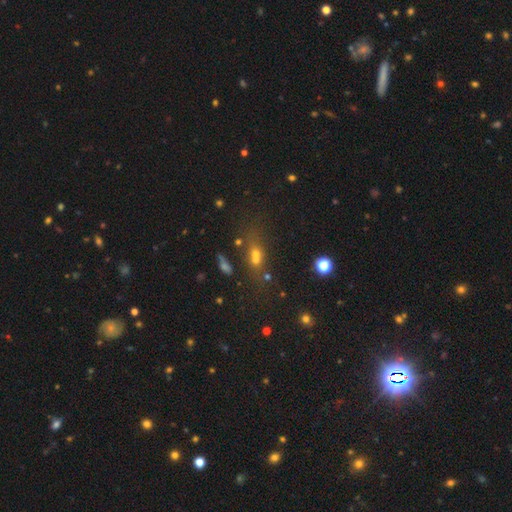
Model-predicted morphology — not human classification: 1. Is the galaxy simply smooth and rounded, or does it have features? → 51% smooth, 28% star or artifact, 21% featured or disk.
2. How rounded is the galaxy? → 47% in between, 36% round, 17% cigar-shaped.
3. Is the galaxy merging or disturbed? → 41% none, 39% merger, 12% minor disturbance, 8% major disturbance.